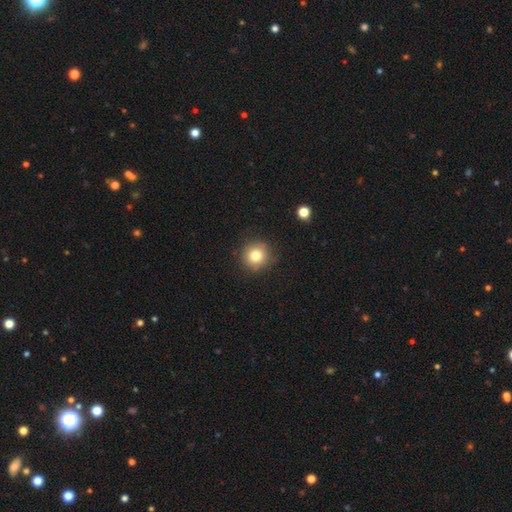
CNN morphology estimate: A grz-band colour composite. It shows a smooth galaxy with no disk features (80%) that is round (92%). Merging: none (87%).